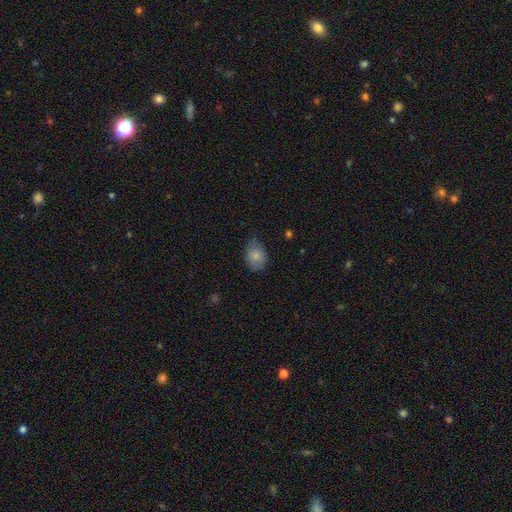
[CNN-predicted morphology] type=smooth (80%); roundness=in between (62%); merging=none (60%).